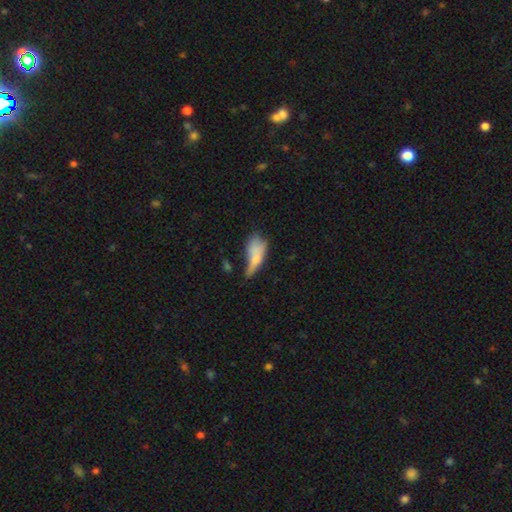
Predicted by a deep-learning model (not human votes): Overall: smooth (68%). How rounded: in between (72%). Merging: none (26%; minor disturbance 25%).